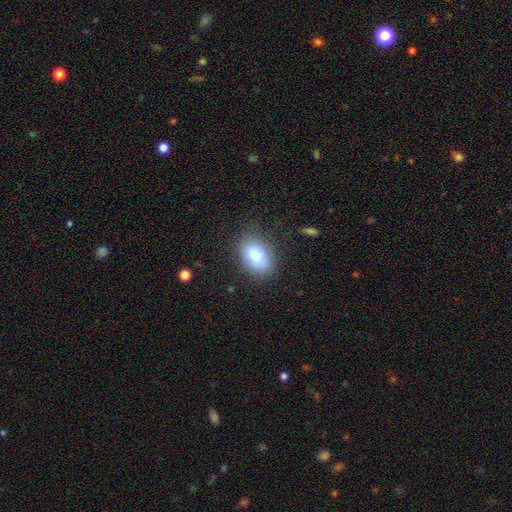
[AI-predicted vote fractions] The model was most divided on "merging": none: 79%, minor disturbance: 15%, major disturbance: 5%, merger: 2%. More confident: how rounded — in between (87%); smooth or featured — smooth (82%).